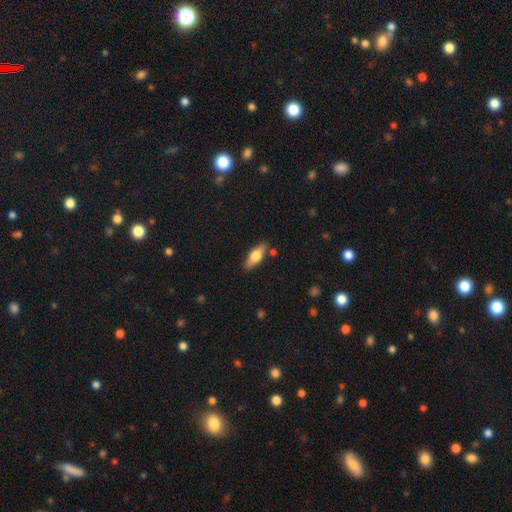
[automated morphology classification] A smooth galaxy with no disk features (62%) that is in between round and cigar-shaped (68%). Merging: none (84%).